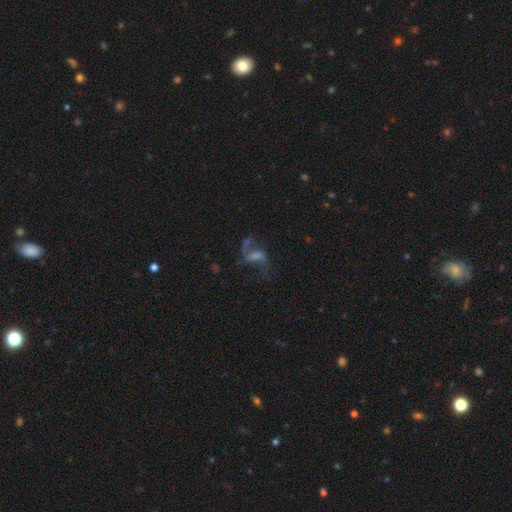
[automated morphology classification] Smooth or featured?
  - featured or disk: 53% *
  - smooth: 31%
  - star or artifact: 16%
Edge-on disk?
  - no: 95% *
  - yes: 5%
Bar?
  - no: 41% *
  - weak: 39%
  - strong: 20%
Spiral arms?
  - yes: 64% *
  - no: 36%
Bulge size?
  - none: 37% *
  - small: 28%
  - moderate: 23%
  - large: 9%
  - dominant: 2%
Merging?
  - major disturbance: 43% *
  - none: 31%
  - minor disturbance: 15%
  - merger: 10%